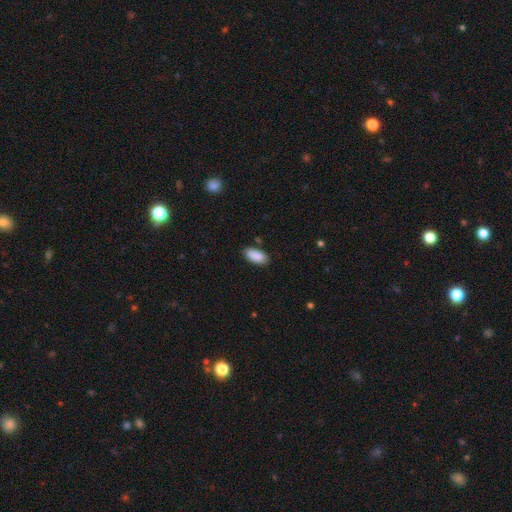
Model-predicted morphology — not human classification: smooth 89%, star or artifact 7%, featured or disk 4%. Down the decision tree: how rounded — in between (91%); merging — none (83%).